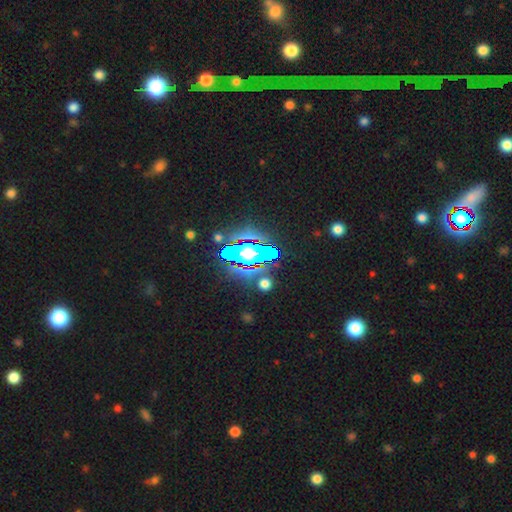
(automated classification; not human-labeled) Smooth or featured? Predicted: star or artifact (p=0.70).